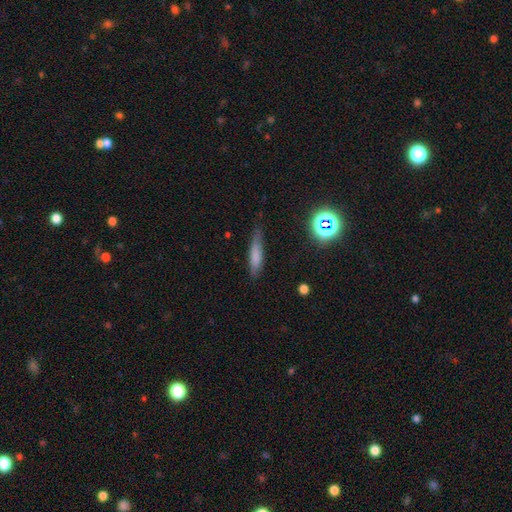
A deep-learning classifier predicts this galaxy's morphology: This is likely a smooth galaxy (71%). How rounded: likely cigar-shaped (77%). Merging: likely none (73%).